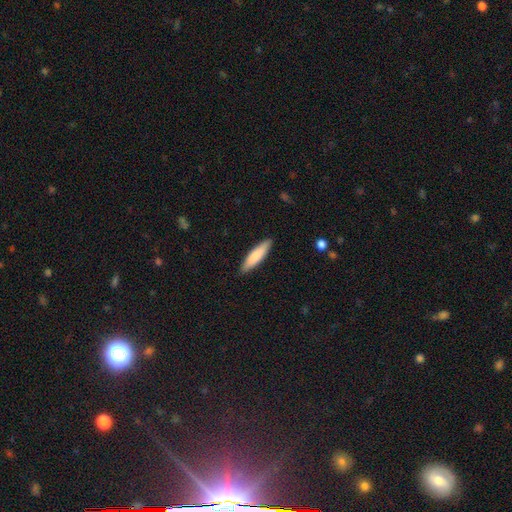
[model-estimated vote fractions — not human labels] smooth-or-featured: smooth: 82% | featured or disk: 13% | star or artifact: 5%
  how-rounded: cigar-shaped: 73% | in between: 25% | round: 1%
  merging: none: 89% | minor disturbance: 8% | major disturbance: 2% | merger: 1%